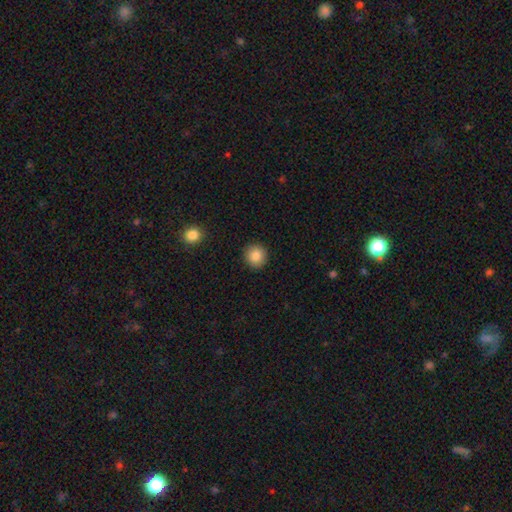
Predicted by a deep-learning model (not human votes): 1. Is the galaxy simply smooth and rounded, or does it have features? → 85% smooth, 9% star or artifact, 6% featured or disk.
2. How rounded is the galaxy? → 92% round, 7% in between, 1% cigar-shaped.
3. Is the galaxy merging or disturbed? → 92% none, 5% minor disturbance, 2% major disturbance, 1% merger.